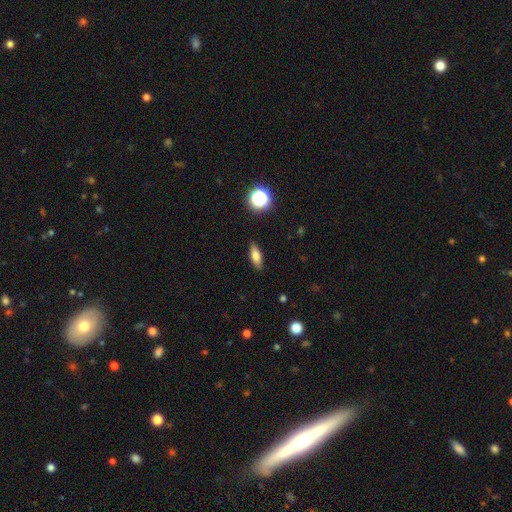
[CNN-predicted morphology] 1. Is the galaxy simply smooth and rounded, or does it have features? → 73% smooth, 16% featured or disk, 10% star or artifact.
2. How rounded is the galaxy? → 63% in between, 32% cigar-shaped, 5% round.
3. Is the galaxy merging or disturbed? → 88% none, 9% minor disturbance, 2% major disturbance, 1% merger.